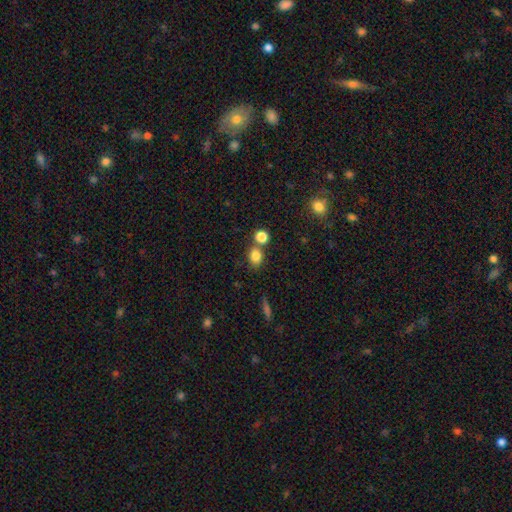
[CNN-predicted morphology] The model was most divided on "how rounded": in between: 51%, round: 47%, cigar-shaped: 1%. More confident: smooth or featured — smooth (82%); merging — none (60%).